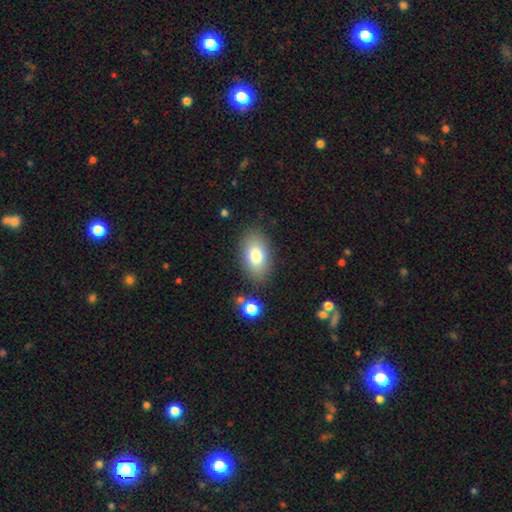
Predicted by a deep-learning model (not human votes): This is likely a smooth galaxy (78%). How rounded: clearly in between (89%). Merging: clearly none (83%).